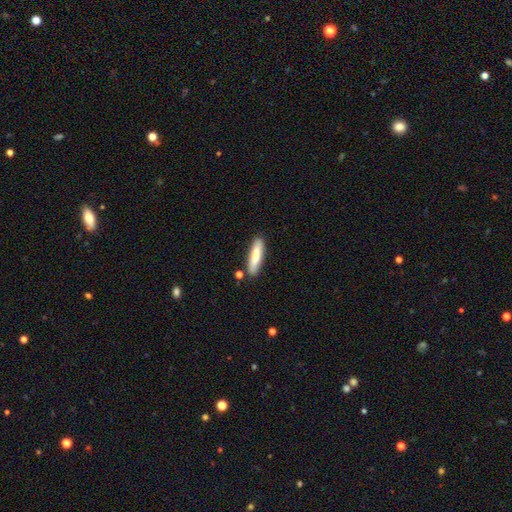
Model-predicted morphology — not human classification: This is likely a smooth galaxy (77%). How rounded: likely cigar-shaped (79%). Merging: clearly none (83%).